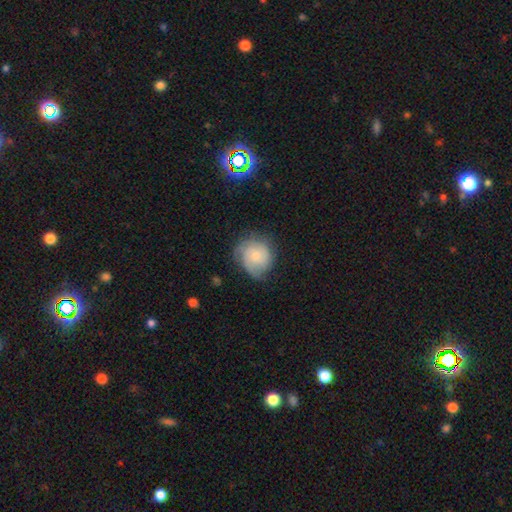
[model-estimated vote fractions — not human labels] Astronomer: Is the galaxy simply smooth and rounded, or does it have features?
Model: featured or disk — 50% (runner-up: smooth, 43%).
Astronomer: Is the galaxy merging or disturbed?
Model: none — 63%.